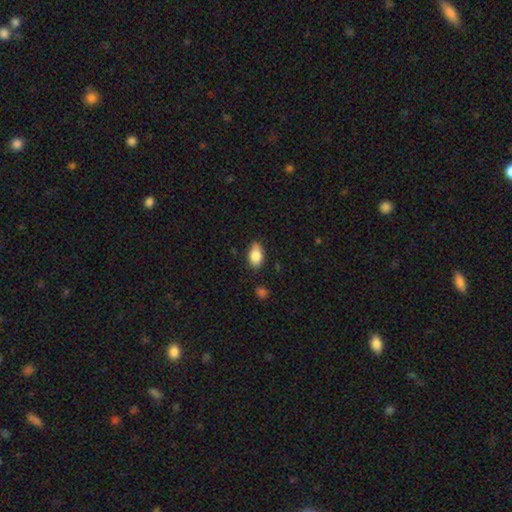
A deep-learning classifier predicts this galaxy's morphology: Smooth or featured? smooth (85%)
How rounded? in between (91%)
Merging? none (83%)